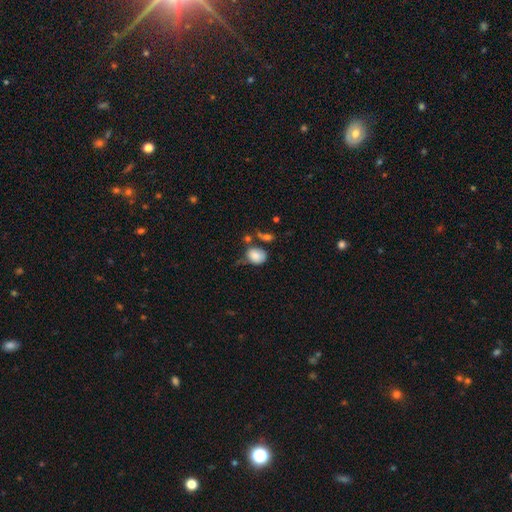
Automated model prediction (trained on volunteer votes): Morphology: type=smooth (83%); roundness=in between (50%); merging=none (48%).